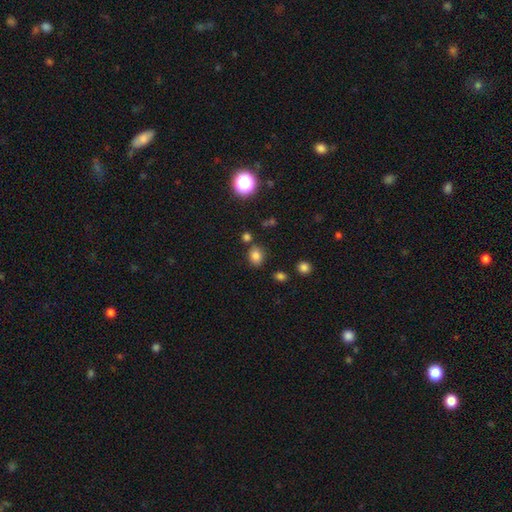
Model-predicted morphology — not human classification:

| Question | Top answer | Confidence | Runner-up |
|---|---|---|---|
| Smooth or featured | smooth | 80% | star or artifact (15%) |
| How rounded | in between | 50% | round (48%) |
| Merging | none | 76% | minor disturbance (12%) |